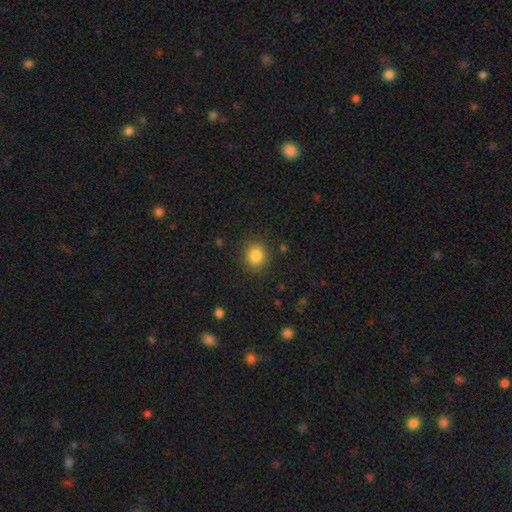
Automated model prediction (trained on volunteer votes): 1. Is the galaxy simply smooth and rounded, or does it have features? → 84% smooth, 10% star or artifact, 5% featured or disk.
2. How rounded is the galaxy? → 83% round, 16% in between, 1% cigar-shaped.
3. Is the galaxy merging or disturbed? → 87% none, 8% minor disturbance, 3% major disturbance, 1% merger.